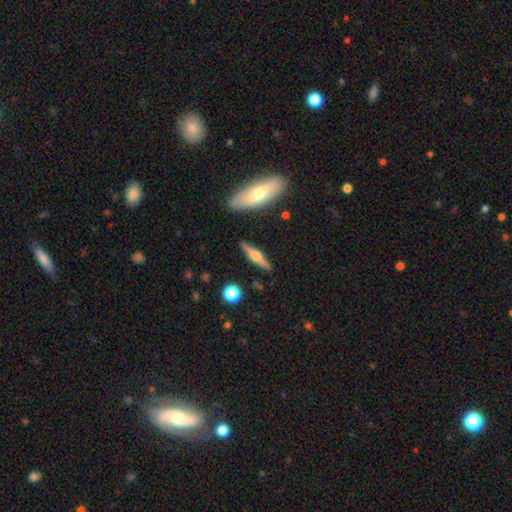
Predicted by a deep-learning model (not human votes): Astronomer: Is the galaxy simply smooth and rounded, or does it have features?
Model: featured or disk — 65%.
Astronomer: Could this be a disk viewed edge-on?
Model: yes — 96%.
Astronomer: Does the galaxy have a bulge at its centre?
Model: rounded — 90%.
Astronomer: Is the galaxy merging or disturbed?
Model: none — 88%.